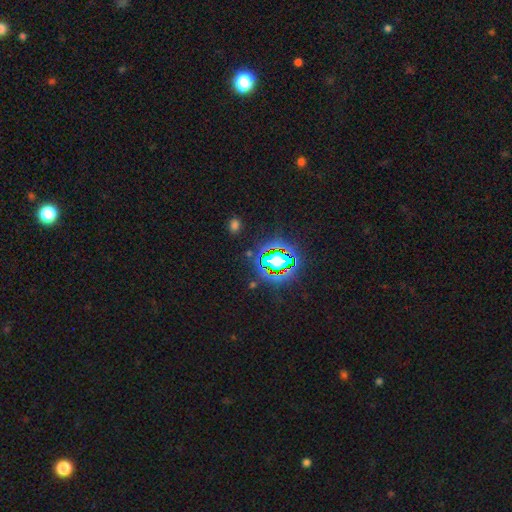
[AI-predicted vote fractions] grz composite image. It shows a star or artifact, not a galaxy (79%).